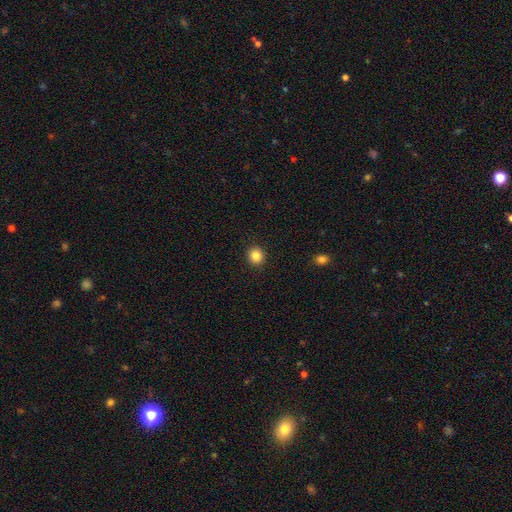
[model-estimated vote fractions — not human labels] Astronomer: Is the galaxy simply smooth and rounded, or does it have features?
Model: smooth — 85%.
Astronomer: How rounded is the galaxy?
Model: round — 89%.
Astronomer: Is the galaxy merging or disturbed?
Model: none — 92%.